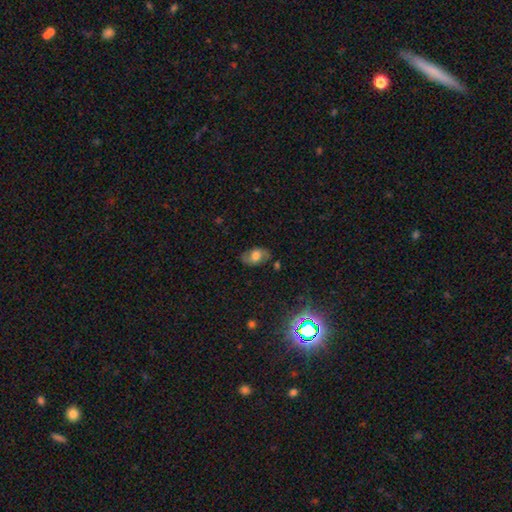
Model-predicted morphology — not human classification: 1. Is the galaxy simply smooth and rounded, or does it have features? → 46% smooth, 44% featured or disk, 10% star or artifact.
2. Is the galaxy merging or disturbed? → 75% none, 17% minor disturbance, 5% major disturbance, 2% merger.